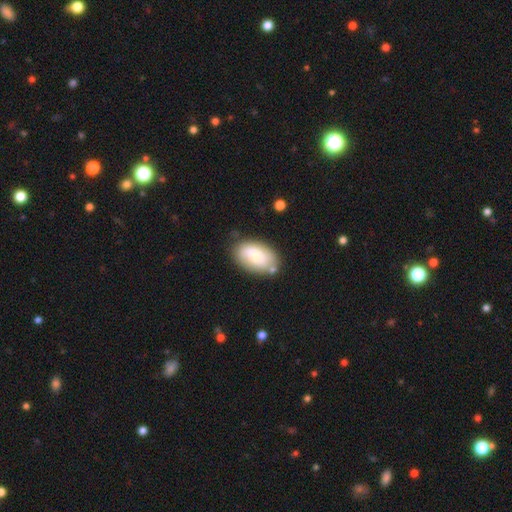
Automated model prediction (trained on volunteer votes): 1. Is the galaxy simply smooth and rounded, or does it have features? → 62% smooth, 32% featured or disk, 7% star or artifact.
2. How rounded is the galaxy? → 92% in between, 7% round, 1% cigar-shaped.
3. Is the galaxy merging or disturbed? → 71% none, 17% minor disturbance, 6% merger, 5% major disturbance.